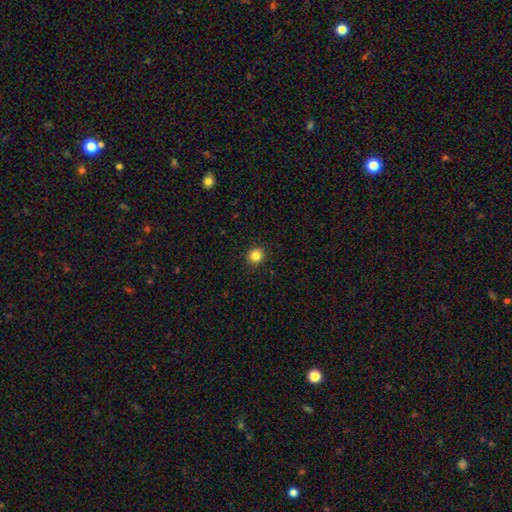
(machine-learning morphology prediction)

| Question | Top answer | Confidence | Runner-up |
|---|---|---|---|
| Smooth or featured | smooth | 84% | star or artifact (11%) |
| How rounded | round | 89% | in between (10%) |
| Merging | none | 92% | minor disturbance (5%) |